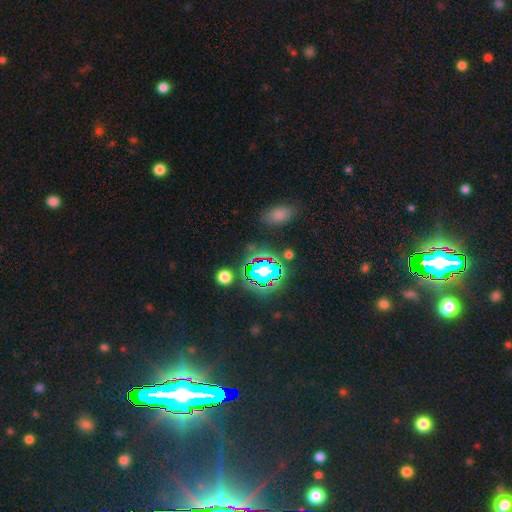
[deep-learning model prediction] A star or artifact, not a galaxy (71%).

Vote fractions:
- Smooth or featured? star or artifact: 71% / smooth: 18% / featured or disk: 11%